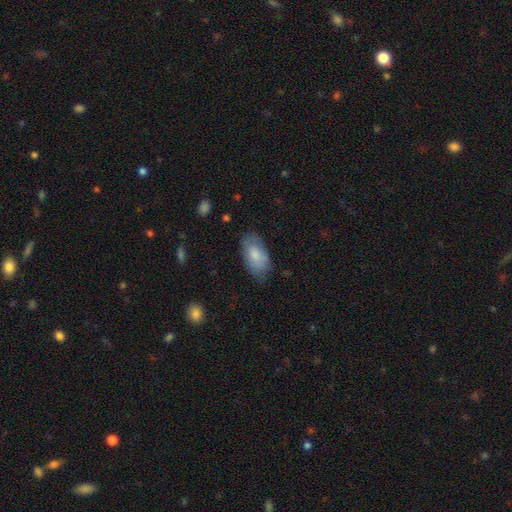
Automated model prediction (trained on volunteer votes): A smooth galaxy with no disk features (79%) that is in between round and cigar-shaped (94%). Merging: none (72%).